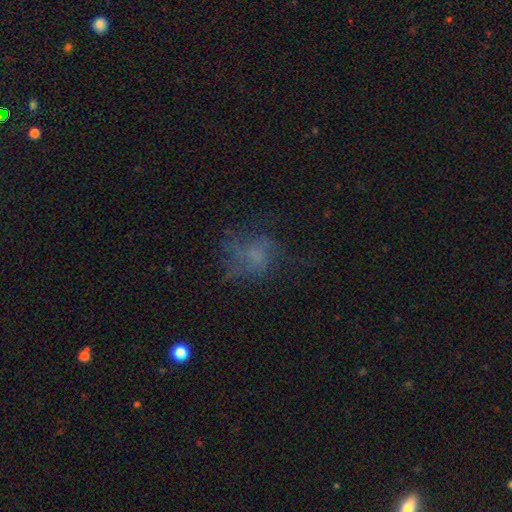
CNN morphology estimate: featured or disk 41%, smooth 40%, star or artifact 19%. Down the decision tree: merging — none (52%).